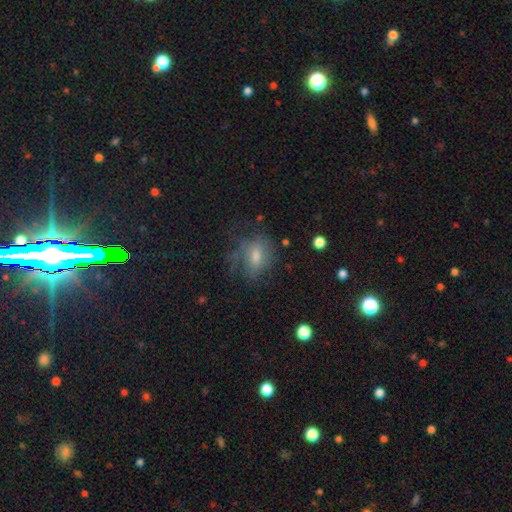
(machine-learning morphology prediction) Q: Smooth or featured?
A: smooth (48%); runner-up: featured or disk (35%)
Q: Merging?
A: none (55%); runner-up: minor disturbance (24%)